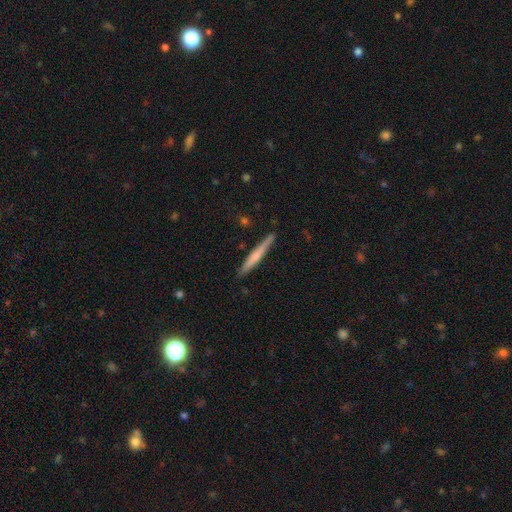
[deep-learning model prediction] Overall: smooth (52%; featured or disk 43%). How rounded: cigar-shaped (96%). Merging: none (89%).